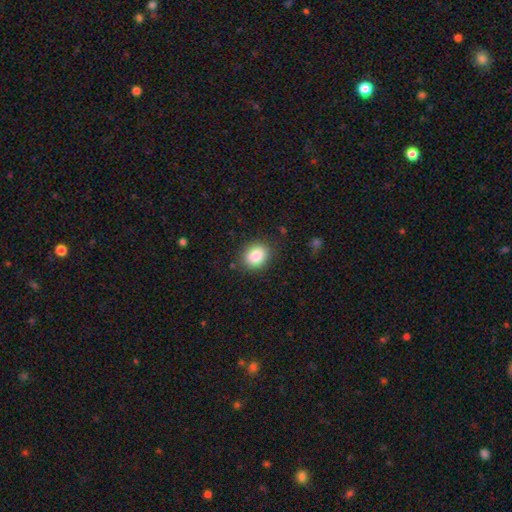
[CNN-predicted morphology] smooth_or_featured: smooth (p=0.86) [alt: star or artifact p=0.09]
how_rounded: round (p=0.57) [alt: in between p=0.42]
merging: none (p=0.85) [alt: minor disturbance p=0.10]